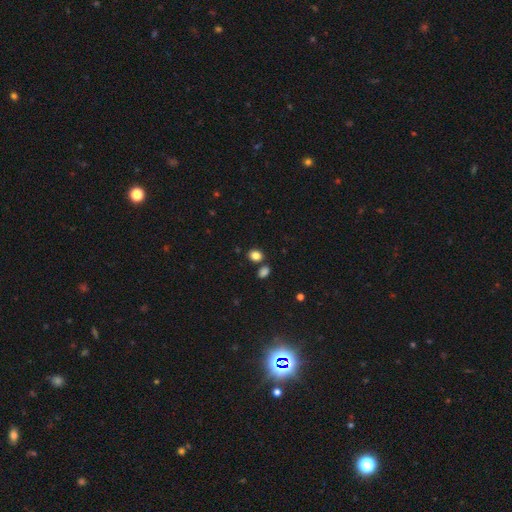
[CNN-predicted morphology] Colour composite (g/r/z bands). It shows a smooth galaxy with no disk features (84%) that is in between round and cigar-shaped (50%). Merging: none (74%).